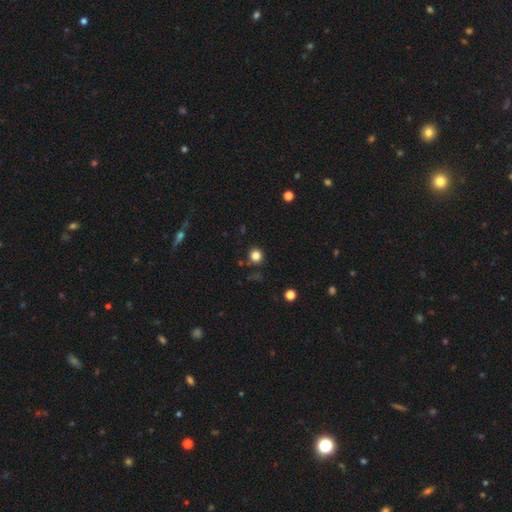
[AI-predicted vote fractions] A smooth galaxy with no disk features (82%) that is round (92%). Merging: none (86%).